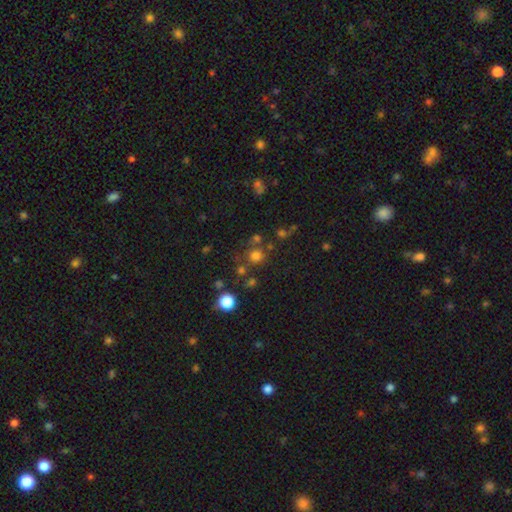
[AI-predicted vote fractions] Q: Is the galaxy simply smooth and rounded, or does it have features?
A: smooth — 71%.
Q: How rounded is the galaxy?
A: round — 89%.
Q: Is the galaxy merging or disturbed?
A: none — 73%.